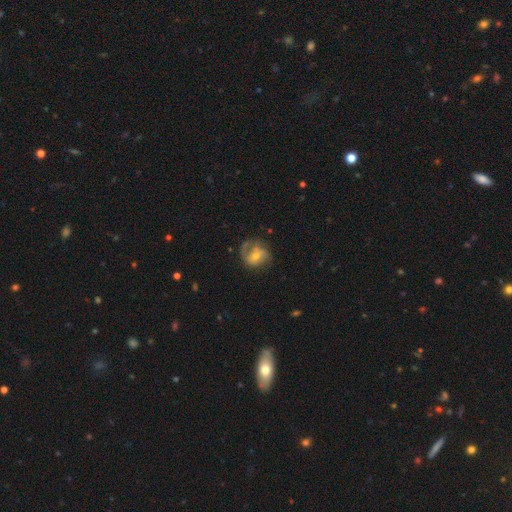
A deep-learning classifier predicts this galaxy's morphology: Smooth or featured?
  - featured or disk: 65% *
  - smooth: 28%
  - star or artifact: 8%
Edge-on disk?
  - no: 97% *
  - yes: 3%
Bar?
  - no: 52% *
  - weak: 37%
  - strong: 12%
Spiral arms?
  - yes: 83% *
  - no: 17%
Spiral winding?
  - medium: 44% *
  - tight: 31%
  - loose: 25%
Spiral arm count?
  - 2: 54% *
  - 1: 21%
  - can't tell: 17%
  - 3: 5%
  - 4: 2%
  - more than 4: 2%
Bulge size?
  - moderate: 51% *
  - small: 43%
  - large: 4%
  - none: 2%
  - dominant: 1%
Merging?
  - none: 55% *
  - minor disturbance: 23%
  - major disturbance: 21%
  - merger: 2%